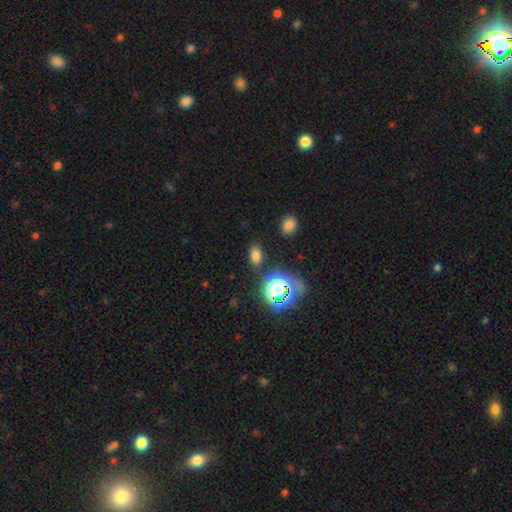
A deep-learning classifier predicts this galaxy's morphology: This is likely a smooth galaxy (70%). How rounded: clearly in between (83%). Merging: clearly none (81%).